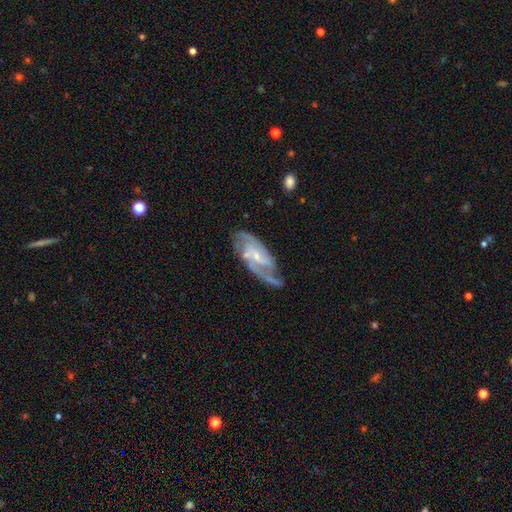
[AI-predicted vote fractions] Overall: featured or disk (88%). Edge-on disk: no (95%). Bar: weak (47%; no 30%). Spiral arms: yes (97%). Spiral arm count: 2 (74%). Spiral winding: medium (52%; tight 30%). Bulge size: small (70%). Merging: none (68%).